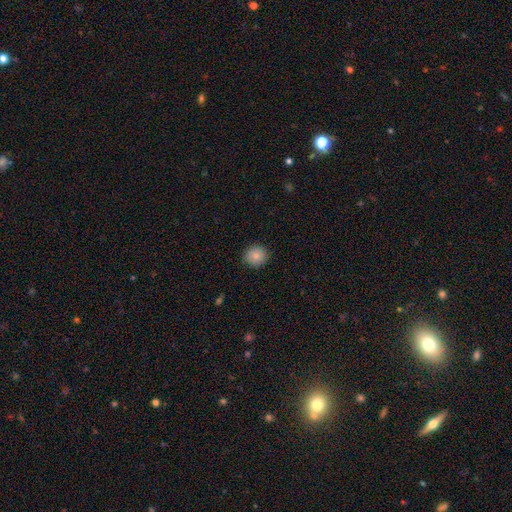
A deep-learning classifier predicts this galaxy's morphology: A smooth galaxy with no disk features (83%) that is round (90%).

Vote fractions:
- Smooth or featured? smooth: 83% / star or artifact: 9% / featured or disk: 8%
- How rounded? round: 90% / in between: 9% / cigar-shaped: 1%
- Merging? none: 88% / minor disturbance: 9% / major disturbance: 2% / merger: 1%